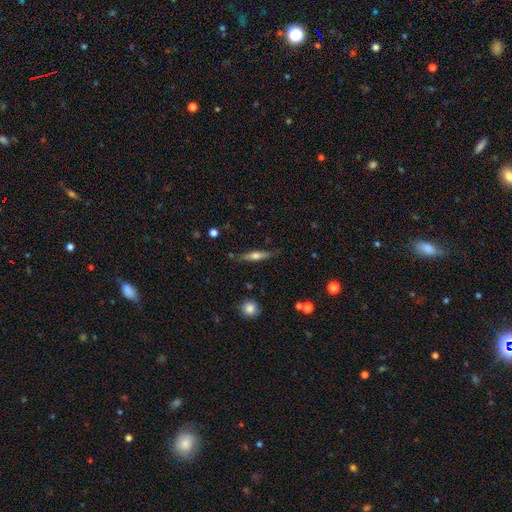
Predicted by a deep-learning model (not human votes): Q: Smooth or featured?
A: smooth (47%); runner-up: featured or disk (46%)
Q: Merging?
A: none (80%); runner-up: minor disturbance (15%)